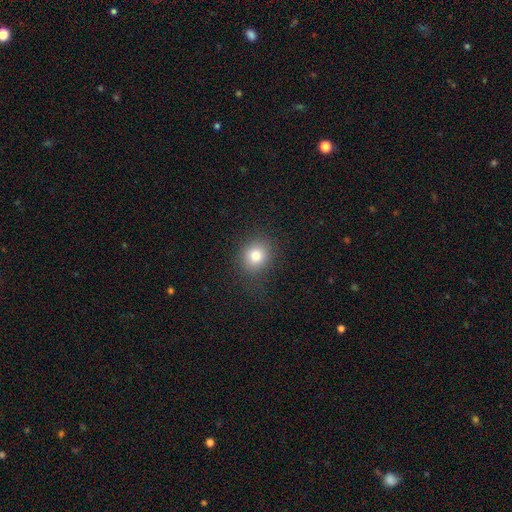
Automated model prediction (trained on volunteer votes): The model was most divided on "how rounded": round: 77%, in between: 22%, cigar-shaped: 1%. More confident: merging — none (85%); smooth or featured — smooth (79%).